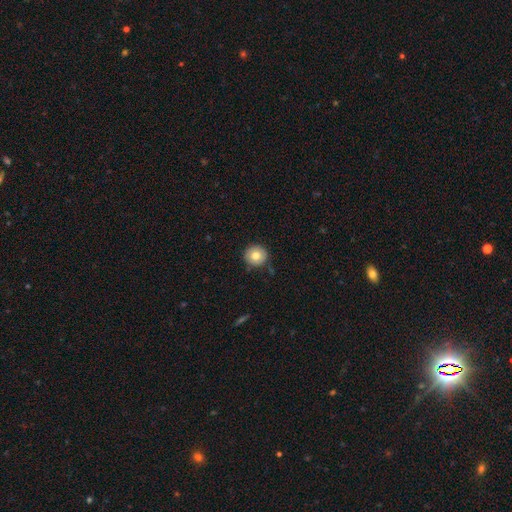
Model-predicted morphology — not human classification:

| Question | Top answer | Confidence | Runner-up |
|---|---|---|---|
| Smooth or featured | smooth | 77% | featured or disk (14%) |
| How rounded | round | 94% | in between (5%) |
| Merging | none | 87% | minor disturbance (9%) |